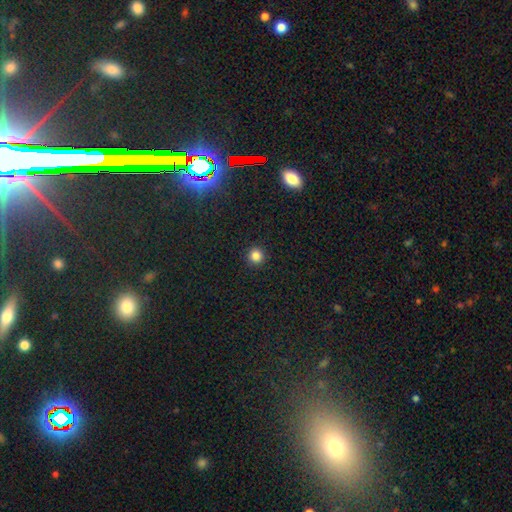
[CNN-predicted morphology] A smooth galaxy with no disk features (84%) that is round (95%). Merging: none (92%).